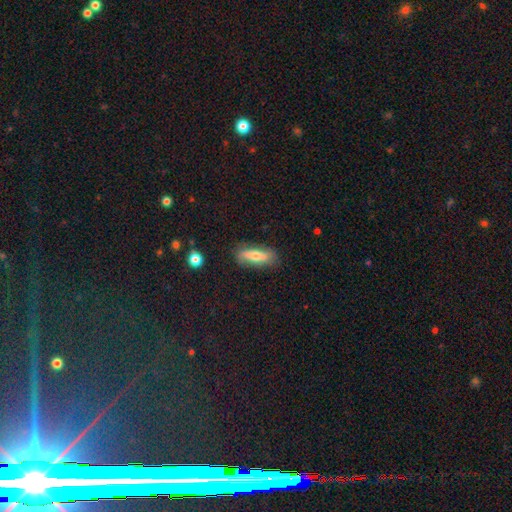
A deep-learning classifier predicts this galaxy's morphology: Smooth or featured: smooth — 56% (featured or disk — 36%)
How rounded: in between — 52% (cigar-shaped — 45%)
Merging: none — 77% (minor disturbance — 17%)